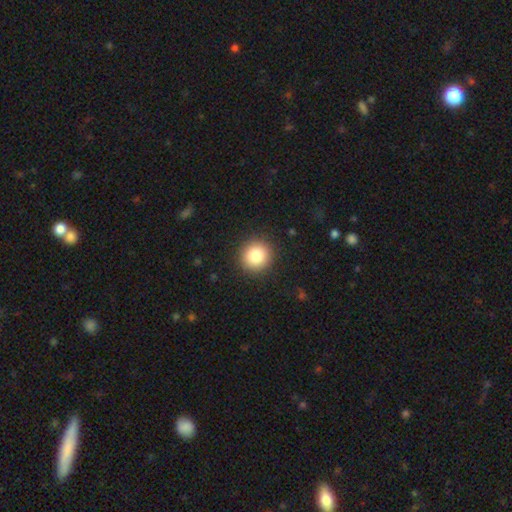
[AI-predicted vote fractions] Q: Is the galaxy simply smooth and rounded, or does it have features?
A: smooth — 84%.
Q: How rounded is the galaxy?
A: round — 93%.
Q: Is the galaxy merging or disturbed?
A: none — 91%.